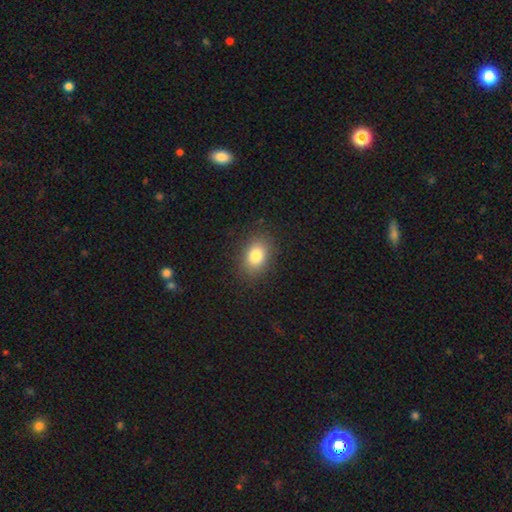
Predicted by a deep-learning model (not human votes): Smooth or featured? Predicted: smooth (p=0.82). How rounded? Predicted: in between (p=0.74). Merging? Predicted: none (p=0.86).